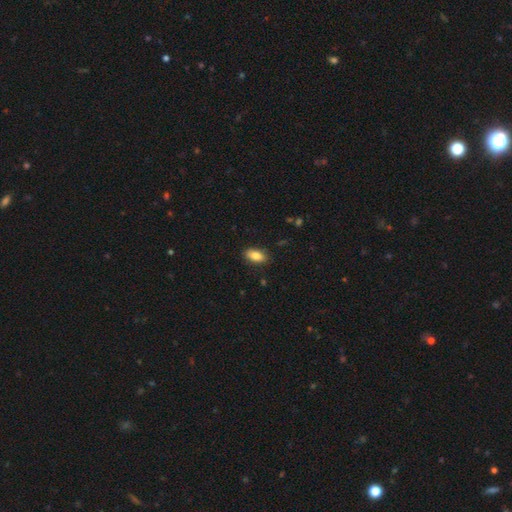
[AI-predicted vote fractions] Overall: smooth (85%). How rounded: in between (91%). Merging: none (87%).